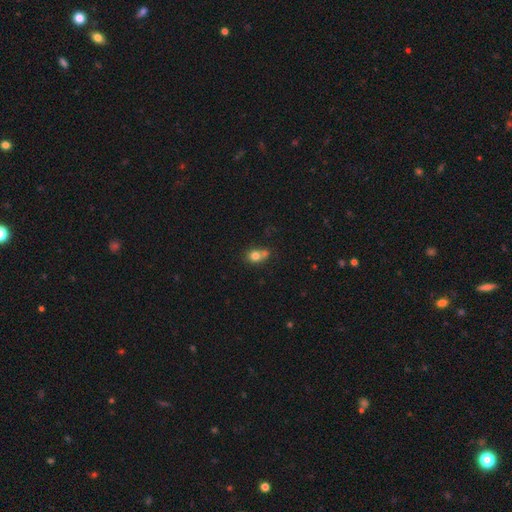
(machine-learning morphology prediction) This appears to be a smooth galaxy with no disk features (76%) that is round (59%). Merging: none (40%).